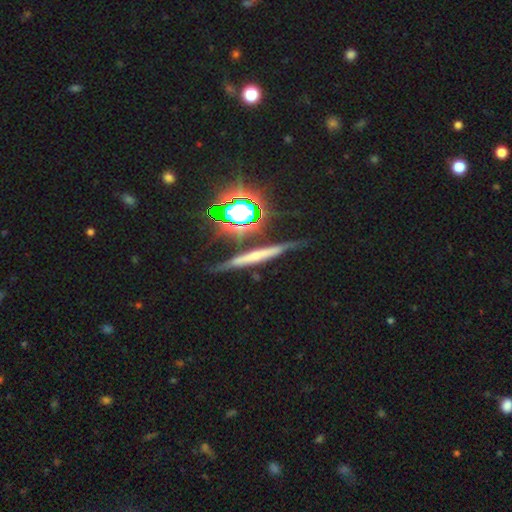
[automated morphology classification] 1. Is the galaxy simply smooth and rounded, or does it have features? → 49% featured or disk, 30% smooth, 21% star or artifact.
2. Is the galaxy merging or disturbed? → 73% none, 17% minor disturbance, 5% major disturbance, 5% merger.